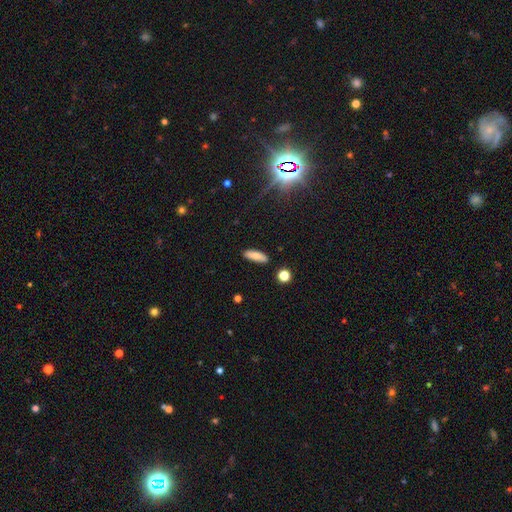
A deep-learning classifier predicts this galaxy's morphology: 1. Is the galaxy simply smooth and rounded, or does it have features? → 81% smooth, 10% featured or disk, 9% star or artifact.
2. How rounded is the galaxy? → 56% in between, 42% cigar-shaped, 3% round.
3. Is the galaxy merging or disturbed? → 84% none, 11% minor disturbance, 2% major disturbance, 2% merger.